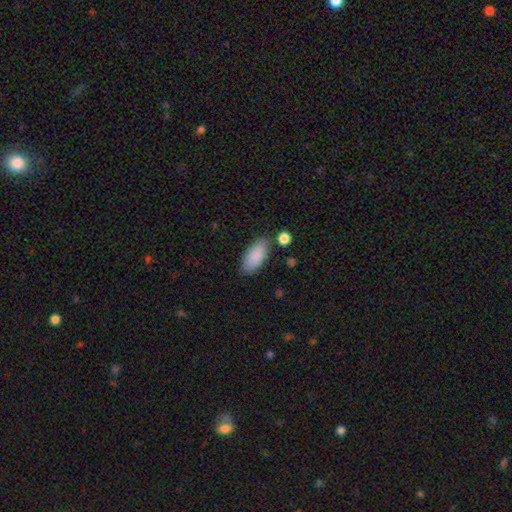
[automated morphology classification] smooth 88%, star or artifact 6%, featured or disk 6%. Down the decision tree: how rounded — in between (90%); merging — none (76%).